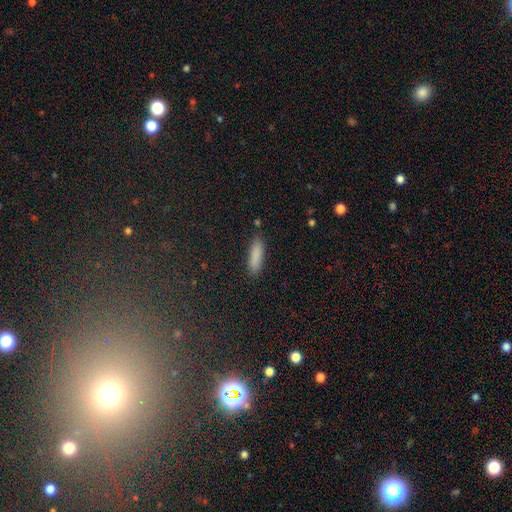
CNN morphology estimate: Overall: smooth (86%). How rounded: cigar-shaped (66%; in between 33%). Merging: none (87%).